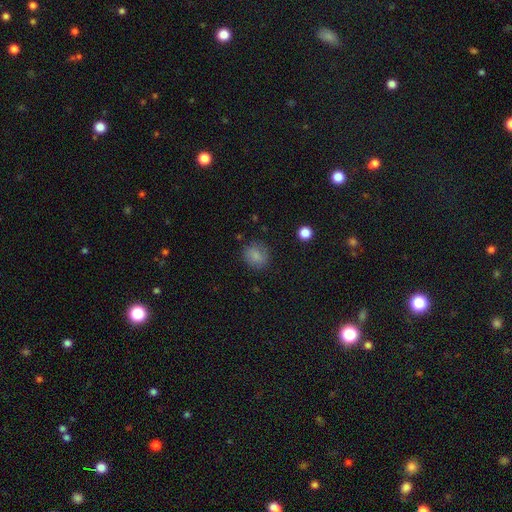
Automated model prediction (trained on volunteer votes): smooth-or-featured: smooth: 82% | star or artifact: 10% | featured or disk: 9%
  how-rounded: round: 77% | in between: 22% | cigar-shaped: 1%
  merging: none: 82% | minor disturbance: 13% | major disturbance: 4% | merger: 1%